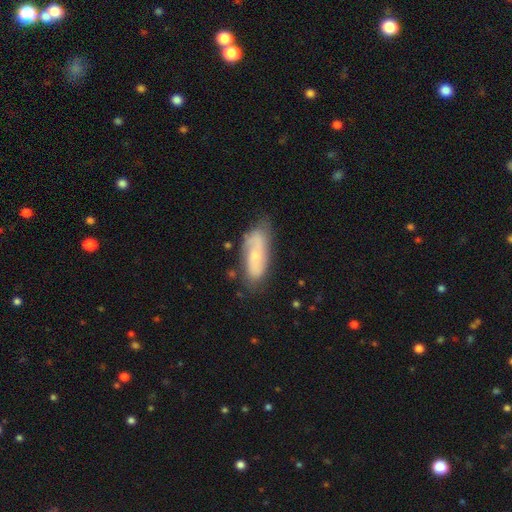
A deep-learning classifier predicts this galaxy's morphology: Overall: featured or disk (56%; smooth 37%). Edge-on disk: no (88%). Merging: none (66%).